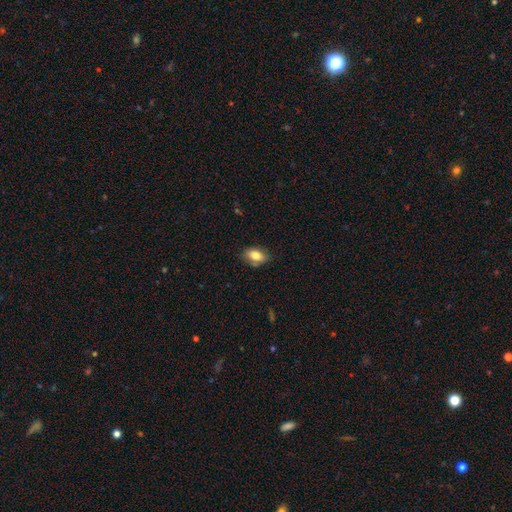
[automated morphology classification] The model was most divided on "merging": none: 75%, minor disturbance: 19%, major disturbance: 4%, merger: 3%. More confident: how rounded — in between (88%); smooth or featured — smooth (79%).